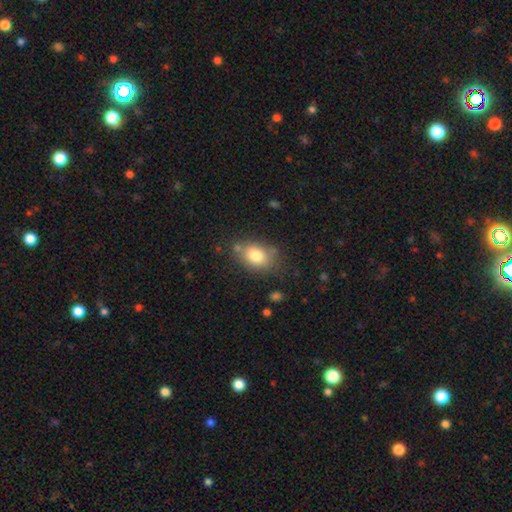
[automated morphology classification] Smooth or featured: smooth — 79% (featured or disk — 12%)
How rounded: in between — 71% (round — 28%)
Merging: none — 70% (minor disturbance — 18%)